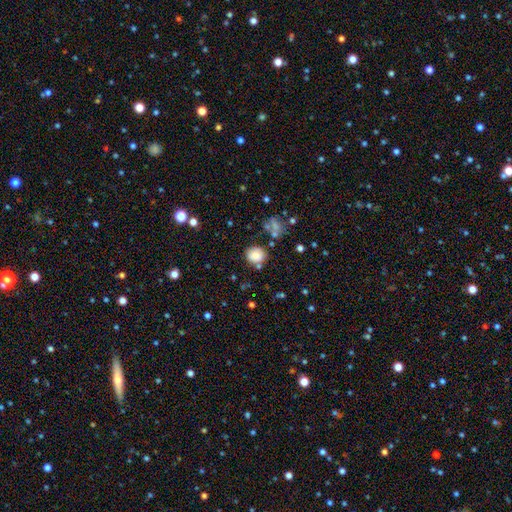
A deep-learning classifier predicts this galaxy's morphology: A smooth galaxy with no disk features (81%) that is round (70%). Merging: none (74%).